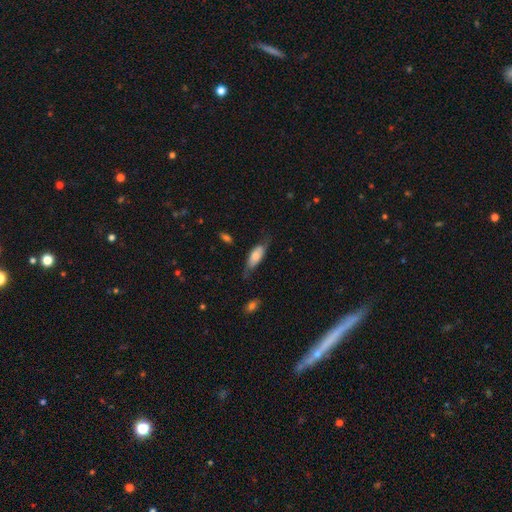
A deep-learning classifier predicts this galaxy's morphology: smooth 62%, featured or disk 31%, star or artifact 7%. Down the decision tree: how rounded — in between (72%); merging — none (53%).